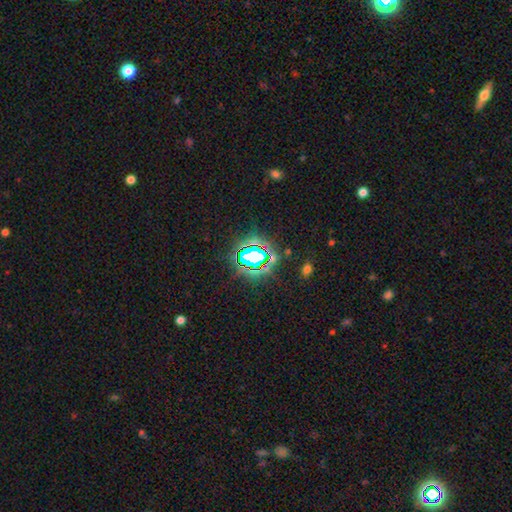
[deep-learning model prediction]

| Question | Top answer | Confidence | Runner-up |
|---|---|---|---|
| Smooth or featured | star or artifact | 71% | smooth (18%) |